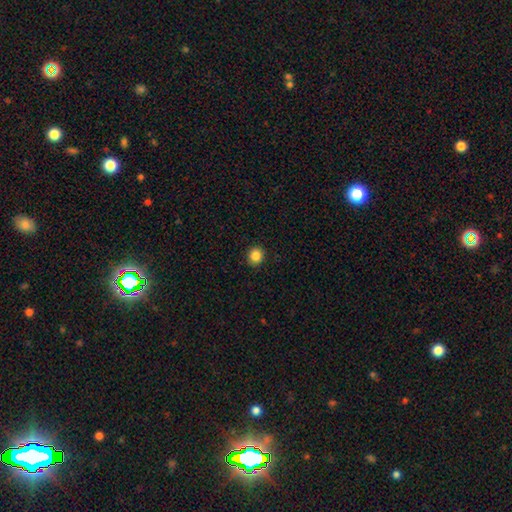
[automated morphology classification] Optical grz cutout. It shows a smooth galaxy with no disk features (86%) that is round (87%). Merging: none (92%).